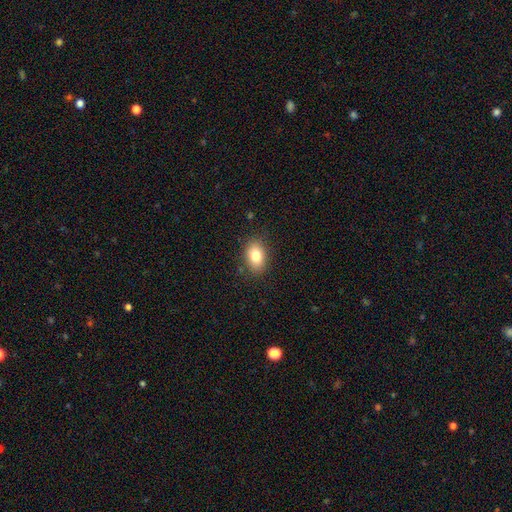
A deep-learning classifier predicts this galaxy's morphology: A smooth galaxy with no disk features (81%) that is in between round and cigar-shaped (81%).

Vote fractions:
- Smooth or featured? smooth: 81% / featured or disk: 10% / star or artifact: 9%
- How rounded? in between: 81% / round: 18% / cigar-shaped: 1%
- Merging? none: 85% / minor disturbance: 11% / major disturbance: 3% / merger: 1%